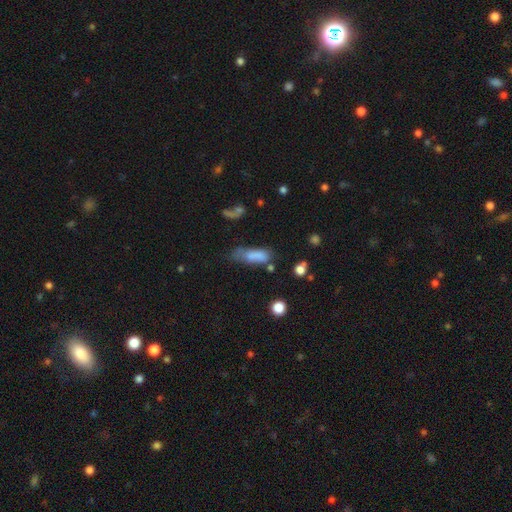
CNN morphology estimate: type=smooth (74%); roundness=in between (63%); merging=none (31%).